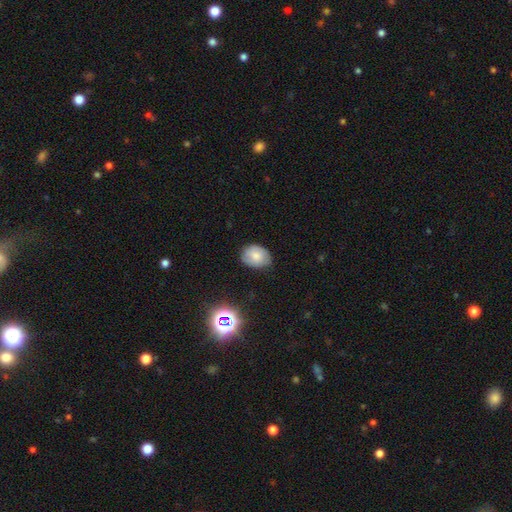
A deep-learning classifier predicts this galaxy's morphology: This is likely a smooth galaxy (70%). How rounded: possibly in between (59%). Merging: likely none (76%).